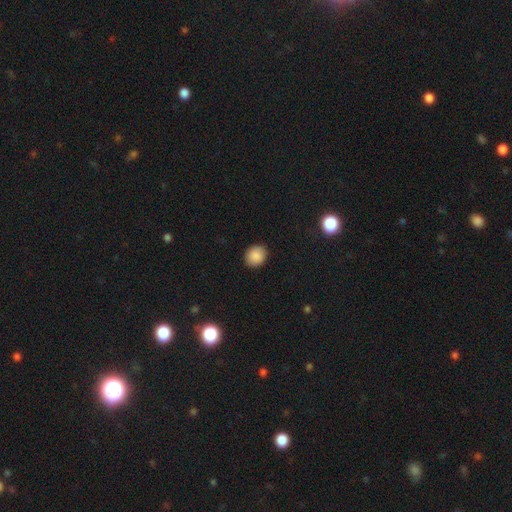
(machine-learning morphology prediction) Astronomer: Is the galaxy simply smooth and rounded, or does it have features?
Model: smooth — 88%.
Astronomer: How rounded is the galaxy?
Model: round — 69%.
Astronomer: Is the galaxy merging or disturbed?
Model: none — 90%.